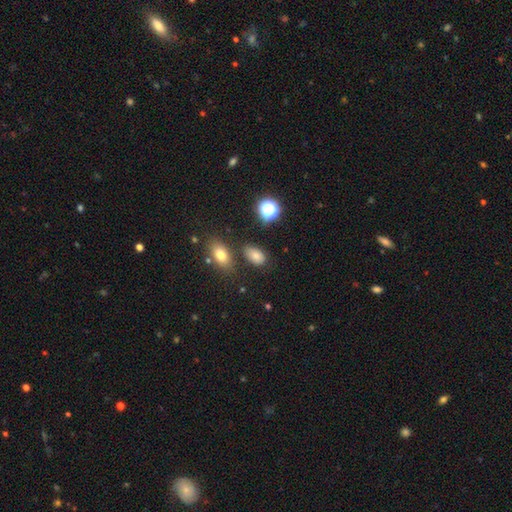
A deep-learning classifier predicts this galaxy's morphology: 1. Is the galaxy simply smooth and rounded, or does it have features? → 75% smooth, 17% star or artifact, 9% featured or disk.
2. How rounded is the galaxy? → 86% in between, 12% round, 2% cigar-shaped.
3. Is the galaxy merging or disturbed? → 76% none, 14% minor disturbance, 6% merger, 4% major disturbance.